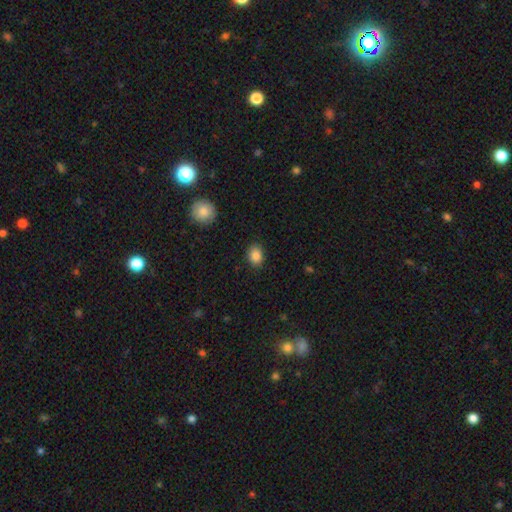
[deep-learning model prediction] Morphology: type=smooth (86%); roundness=in between (56%); merging=none (87%).